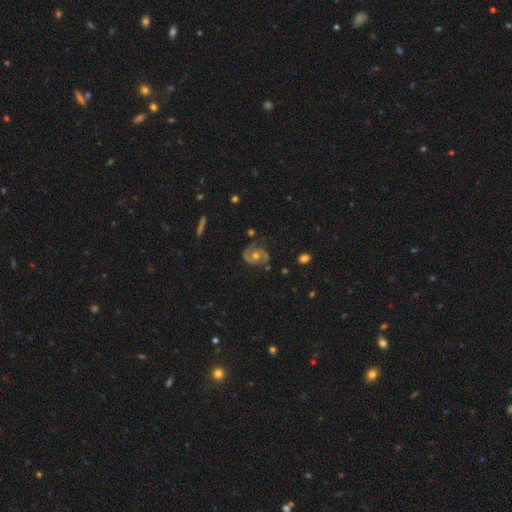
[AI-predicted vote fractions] Smooth or featured? featured or disk (82%)
Edge-on disk? no (97%)
Bar? no (70%)
Spiral arms? yes (95%)
Spiral winding? medium (50%)
Spiral arm count? 2 (86%)
Bulge size? moderate (69%)
Merging? none (77%)